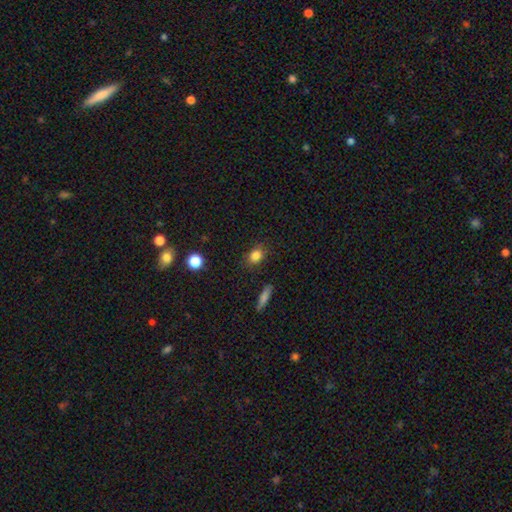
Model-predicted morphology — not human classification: smooth_or_featured: smooth (p=0.84) [alt: star or artifact p=0.11]
how_rounded: in between (p=0.54) [alt: round p=0.43]
merging: none (p=0.83) [alt: minor disturbance p=0.12]